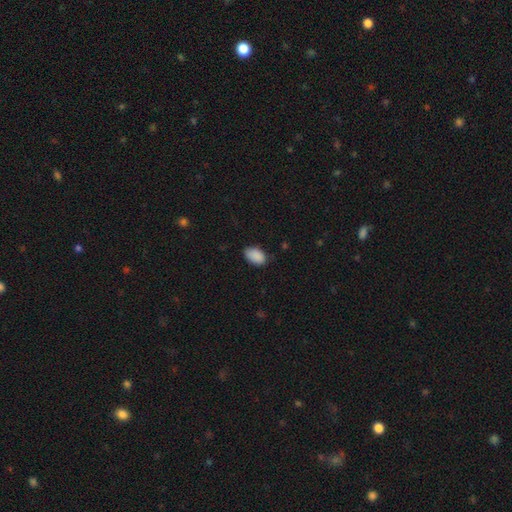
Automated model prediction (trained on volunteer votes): Smooth or featured?
  - smooth: 89% *
  - star or artifact: 7%
  - featured or disk: 3%
How rounded?
  - in between: 91% *
  - round: 7%
  - cigar-shaped: 1%
Merging?
  - none: 77% *
  - minor disturbance: 19%
  - major disturbance: 3%
  - merger: 1%